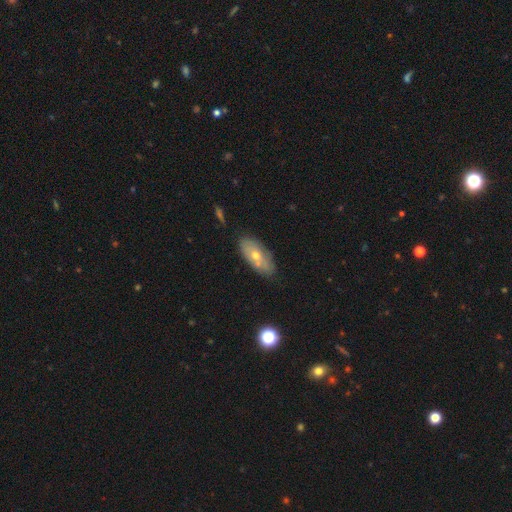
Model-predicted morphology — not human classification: A smooth galaxy with no disk features (52%) that is in between round and cigar-shaped (83%). Merging: none (73%).